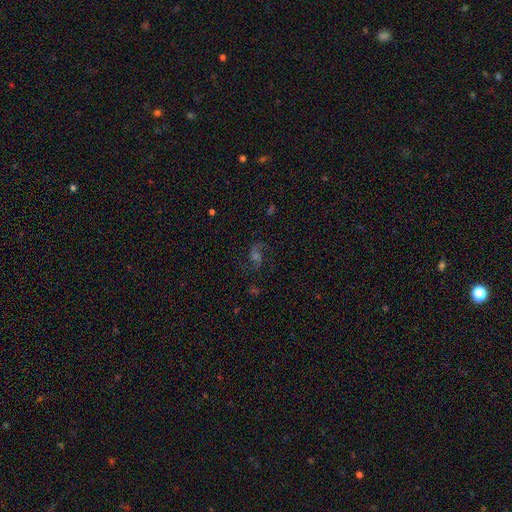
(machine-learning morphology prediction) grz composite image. It shows a featured or disk galaxy (66%) with no bar (46%), 2 (90%) loose (55%) spiral arms (94%) and a moderate central bulge (40%). Merging: none (75%).